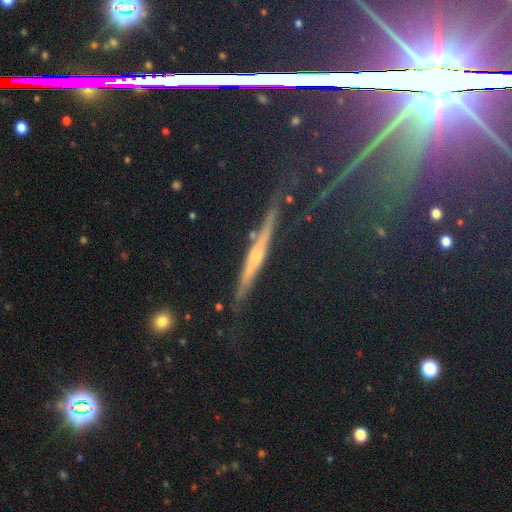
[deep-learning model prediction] The model was most divided on "edge-on bulge": rounded: 48%, none: 37%, boxy: 14%. More confident: edge-on disk — yes (92%); merging — none (79%); smooth or featured — featured or disk (59%).